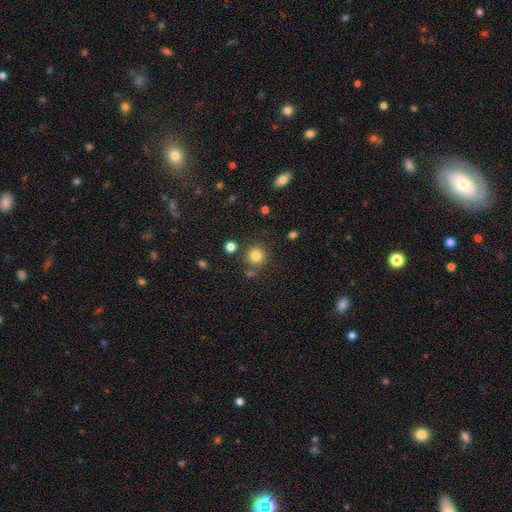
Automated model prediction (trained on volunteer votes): smooth-or-featured: smooth: 81% | star or artifact: 13% | featured or disk: 6%
  how-rounded: round: 92% | in between: 7% | cigar-shaped: 1%
  merging: none: 80% | minor disturbance: 9% | merger: 8% | major disturbance: 4%